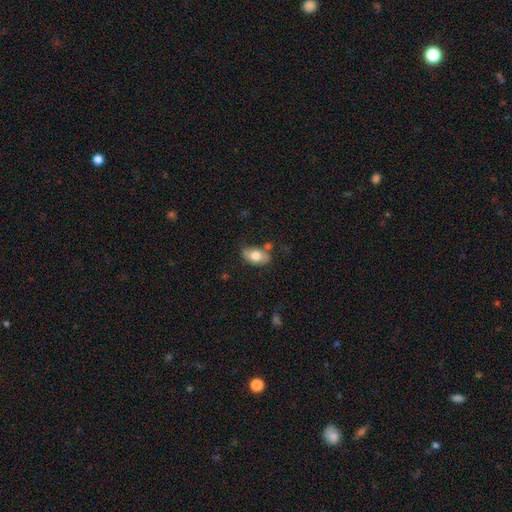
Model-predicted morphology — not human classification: Overall: smooth (71%). How rounded: in between (90%). Merging: none (70%).